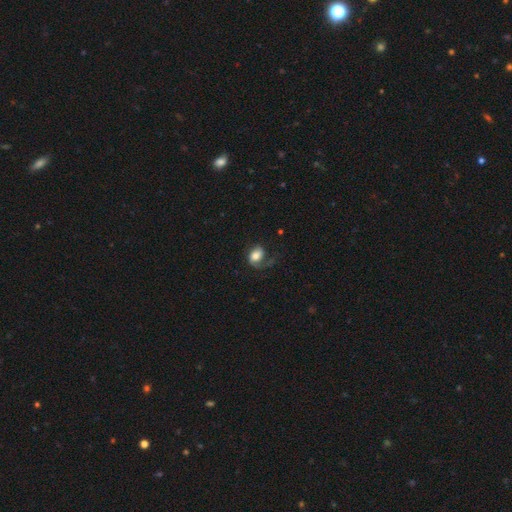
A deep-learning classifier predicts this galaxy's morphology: type=smooth (52%); roundness=in between (64%); merging=none (41%).